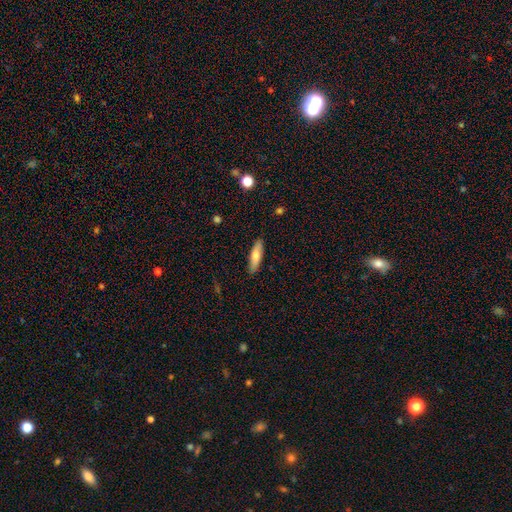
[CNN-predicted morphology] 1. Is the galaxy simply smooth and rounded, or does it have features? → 72% smooth, 22% featured or disk, 6% star or artifact.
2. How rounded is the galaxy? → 61% cigar-shaped, 37% in between, 2% round.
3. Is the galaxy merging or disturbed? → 88% none, 9% minor disturbance, 2% major disturbance, 1% merger.